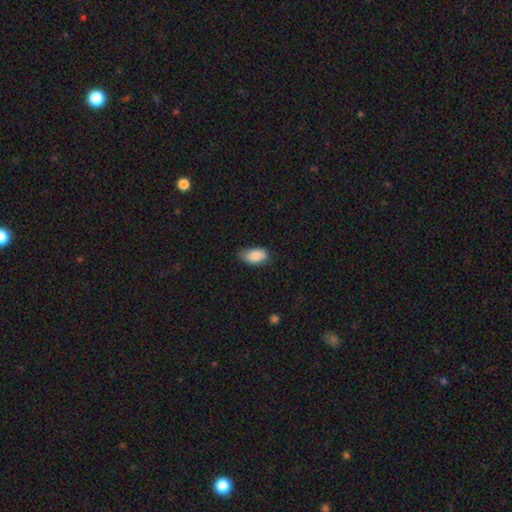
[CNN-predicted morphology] A smooth galaxy with no disk features (88%) that is in between round and cigar-shaped (93%). Merging: none (67%).